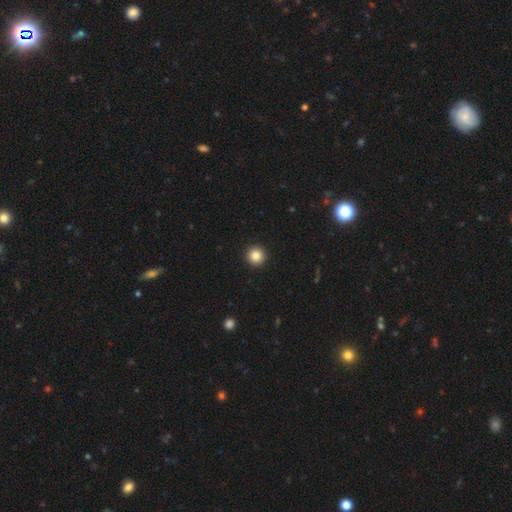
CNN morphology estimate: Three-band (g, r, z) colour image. It shows a smooth galaxy with no disk features (84%) that is round (96%). Merging: none (94%).